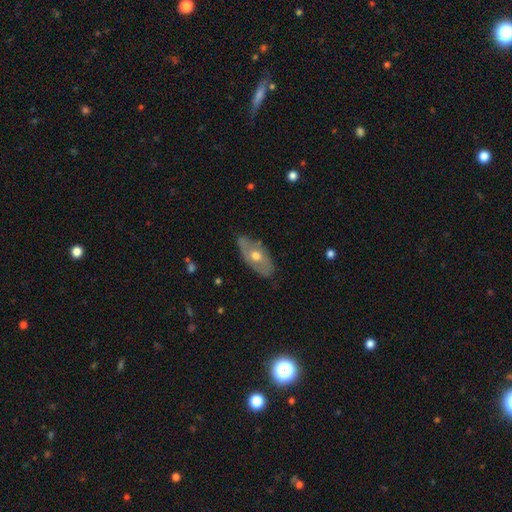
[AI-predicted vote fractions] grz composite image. It shows a featured or disk galaxy (56%). Merging: none (76%).